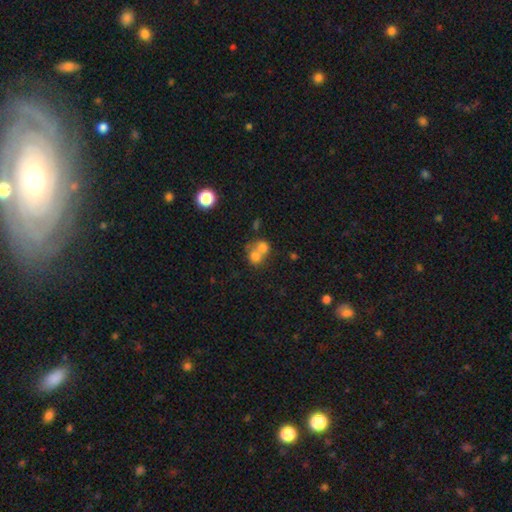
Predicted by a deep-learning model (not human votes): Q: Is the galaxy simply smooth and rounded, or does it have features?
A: smooth — 69%.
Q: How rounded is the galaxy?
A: round — 75%.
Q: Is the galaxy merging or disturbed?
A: merger — 65%.